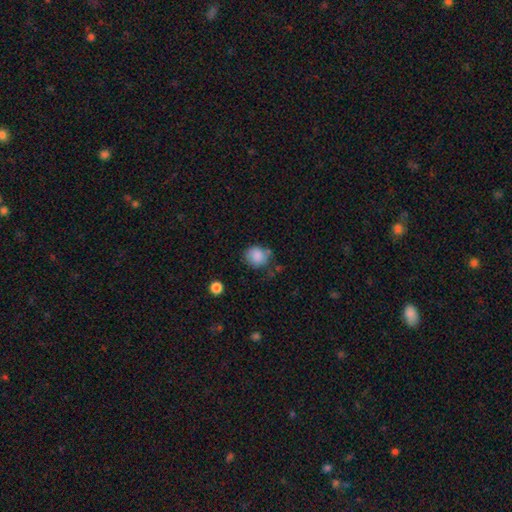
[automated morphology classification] Smooth or featured?
  - smooth: 86% *
  - star or artifact: 9%
  - featured or disk: 5%
How rounded?
  - round: 78% *
  - in between: 21%
  - cigar-shaped: 1%
Merging?
  - none: 67% *
  - minor disturbance: 19%
  - merger: 8%
  - major disturbance: 6%